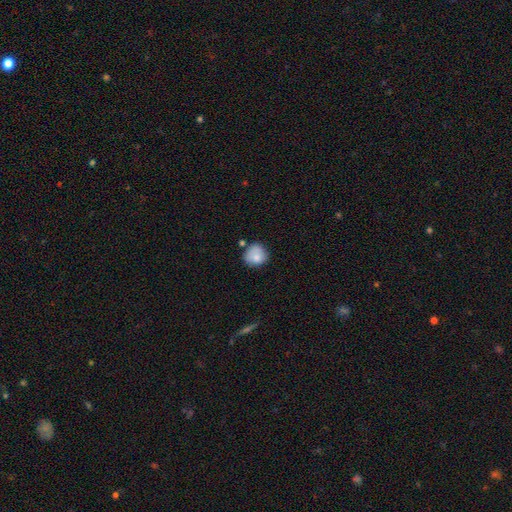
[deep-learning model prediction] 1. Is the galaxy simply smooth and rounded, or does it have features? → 77% smooth, 14% featured or disk, 9% star or artifact.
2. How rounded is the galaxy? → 77% round, 22% in between, 1% cigar-shaped.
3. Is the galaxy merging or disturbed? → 58% none, 26% minor disturbance, 8% merger, 7% major disturbance.